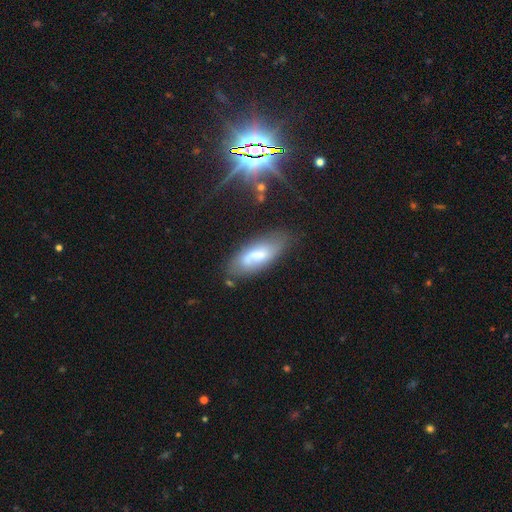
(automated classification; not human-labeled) This appears to be a smooth galaxy with no disk features (50%). Merging: none (64%).